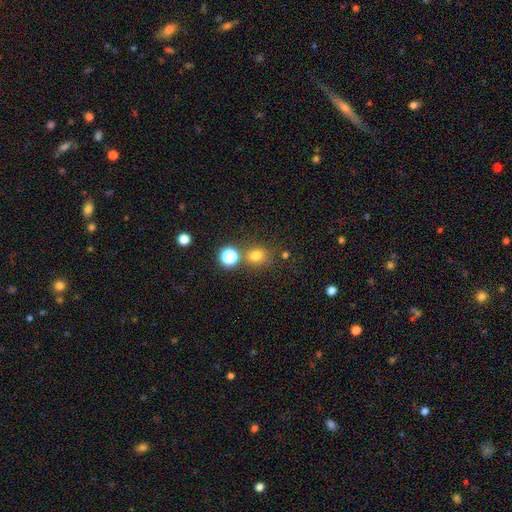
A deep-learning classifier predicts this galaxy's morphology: Smooth or featured: smooth — 73% (star or artifact — 20%)
How rounded: round — 70% (in between — 29%)
Merging: none — 70% (merger — 13%)